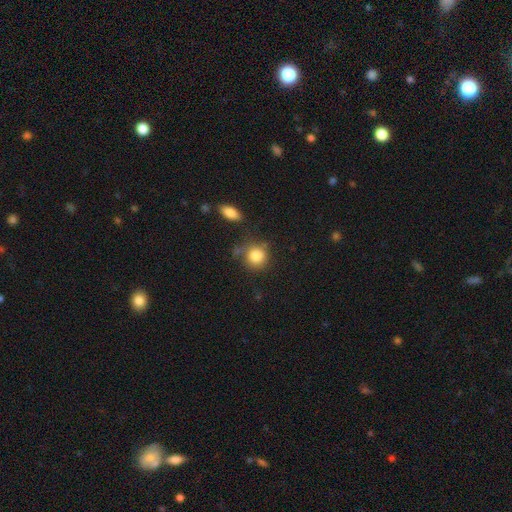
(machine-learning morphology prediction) Smooth or featured? smooth (83%)
How rounded? round (83%)
Merging? none (63%)